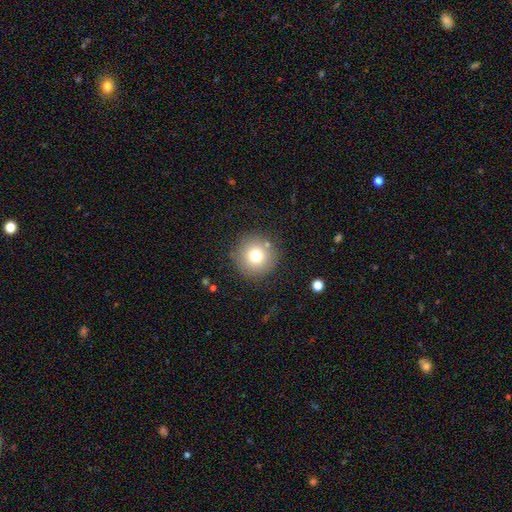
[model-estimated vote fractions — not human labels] Smooth or featured? smooth (74%)
How rounded? round (96%)
Merging? none (86%)